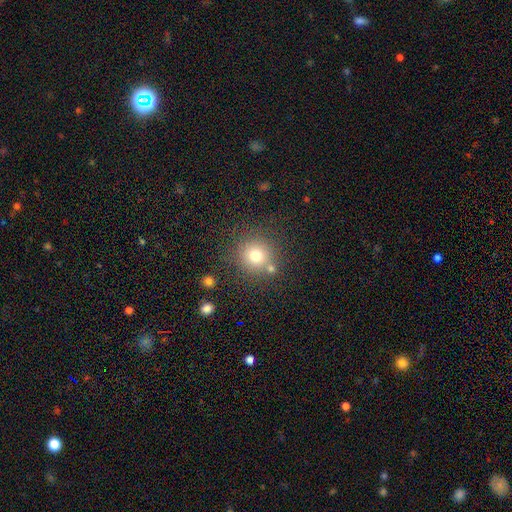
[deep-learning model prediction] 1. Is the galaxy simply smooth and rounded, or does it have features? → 75% smooth, 14% star or artifact, 10% featured or disk.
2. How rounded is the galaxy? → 93% round, 6% in between, 1% cigar-shaped.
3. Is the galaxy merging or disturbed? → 76% none, 11% merger, 9% minor disturbance, 4% major disturbance.